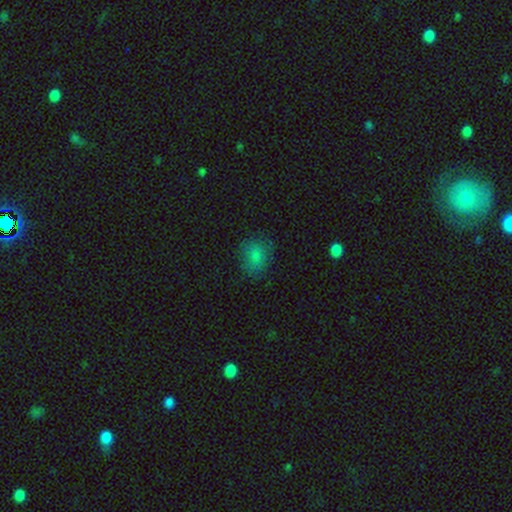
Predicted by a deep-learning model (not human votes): smooth 81%, star or artifact 11%, featured or disk 8%. Down the decision tree: how rounded — round (60%); merging — none (75%).